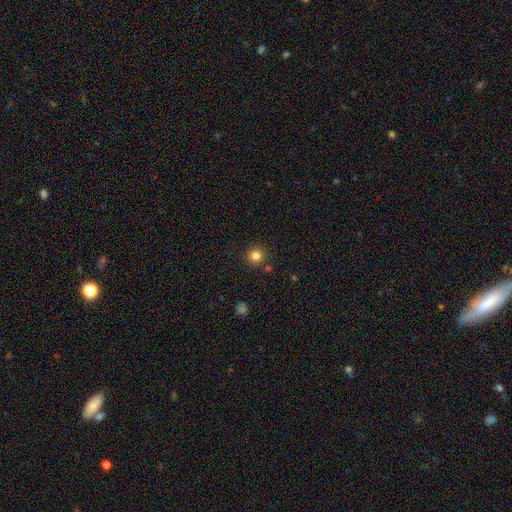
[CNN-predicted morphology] smooth_or_featured: smooth (p=0.82) [alt: star or artifact p=0.13]
how_rounded: round (p=0.95) [alt: in between p=0.04]
merging: none (p=0.88) [alt: minor disturbance p=0.06]